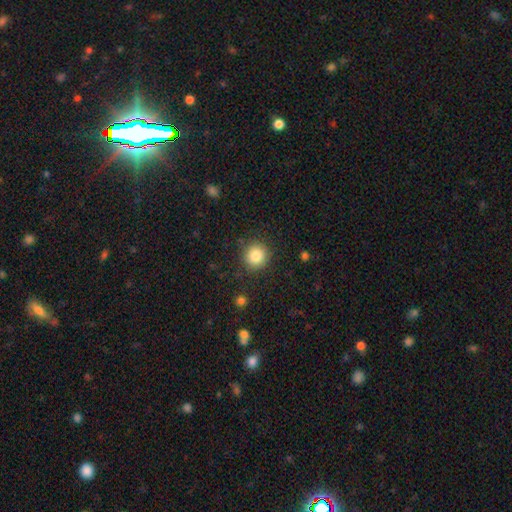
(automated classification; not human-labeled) smooth 84%, star or artifact 10%, featured or disk 6%. Down the decision tree: how rounded — round (92%); merging — none (88%).